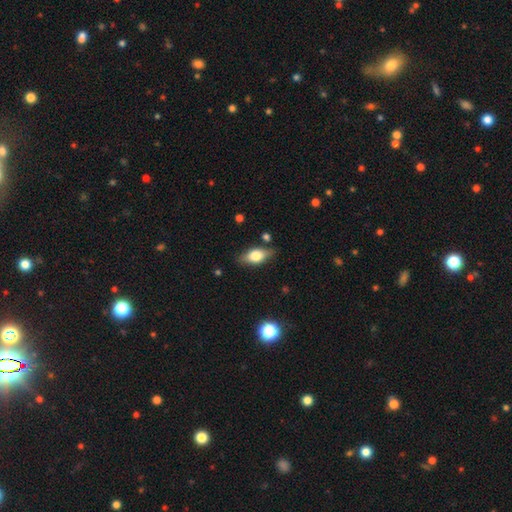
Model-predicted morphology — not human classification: This appears to be a smooth galaxy with no disk features (65%) that is in between round and cigar-shaped (83%). Merging: none (81%).